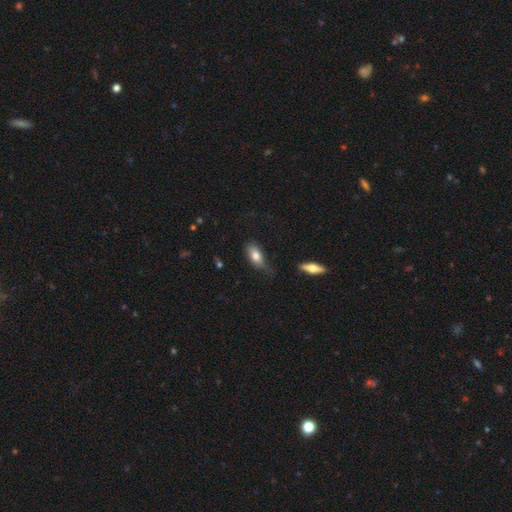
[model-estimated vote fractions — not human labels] A smooth galaxy with no disk features (76%) that is in between round and cigar-shaped (84%). Merging: none (50%).